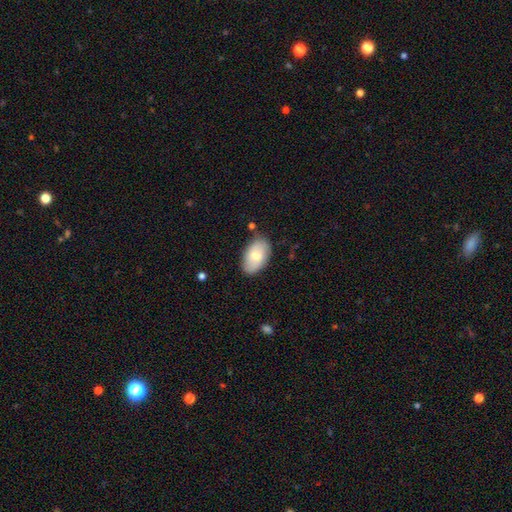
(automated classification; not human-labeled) Smooth or featured? smooth (73%)
How rounded? in between (93%)
Merging? none (80%)